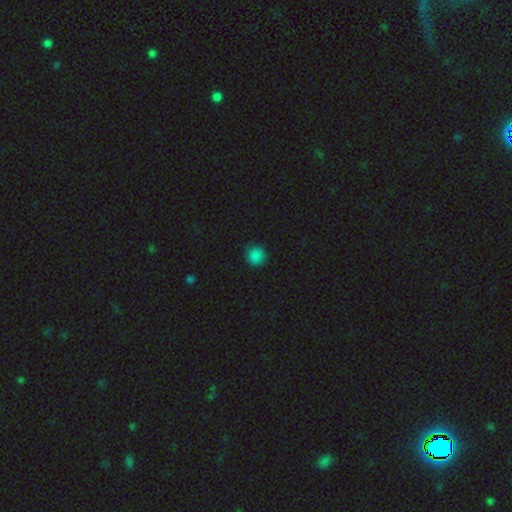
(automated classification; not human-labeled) Morphology: type=smooth (83%); roundness=round (92%); merging=none (85%).